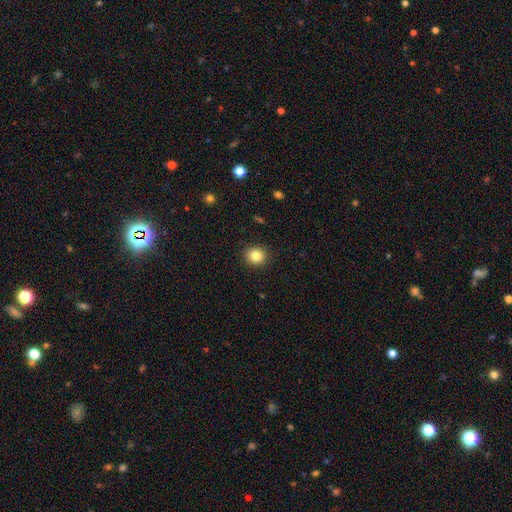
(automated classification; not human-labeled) smooth 83%, star or artifact 11%, featured or disk 6%. Down the decision tree: how rounded — round (81%); merging — none (91%).